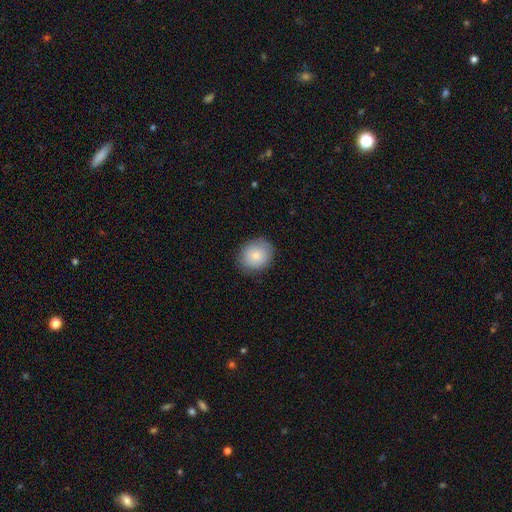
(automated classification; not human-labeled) This is clearly a smooth galaxy (81%). How rounded: likely round (68%). Merging: clearly none (84%).